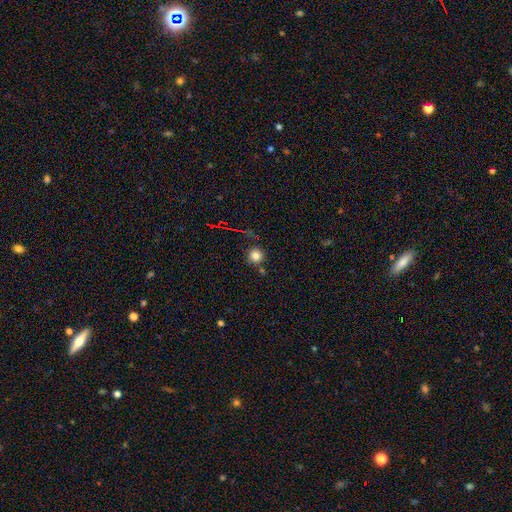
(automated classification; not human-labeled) Smooth or featured: smooth — 80% (star or artifact — 13%)
How rounded: round — 94% (in between — 5%)
Merging: none — 80% (minor disturbance — 9%)